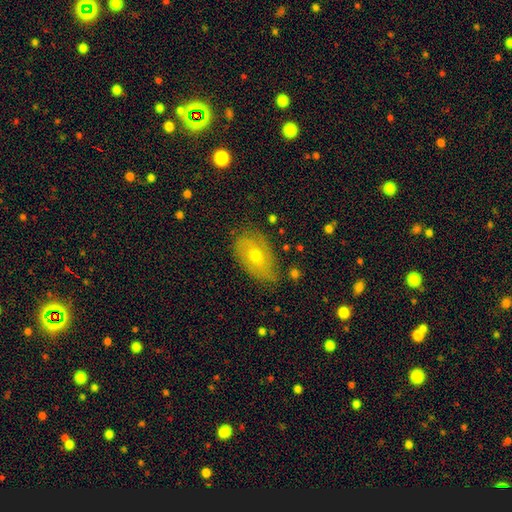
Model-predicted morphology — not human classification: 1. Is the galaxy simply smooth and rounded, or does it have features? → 49% featured or disk, 42% smooth, 10% star or artifact.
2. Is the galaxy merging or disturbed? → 71% none, 22% minor disturbance, 5% major disturbance, 2% merger.